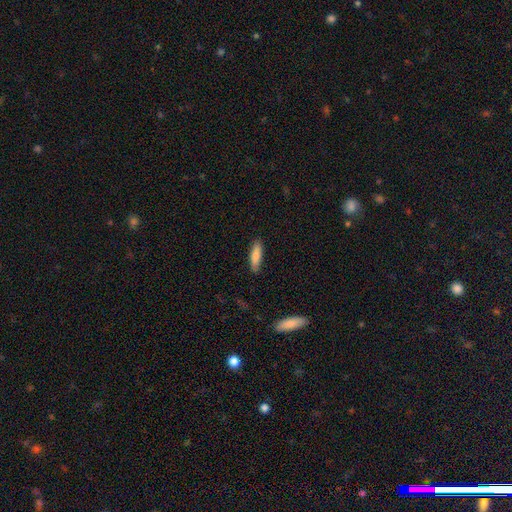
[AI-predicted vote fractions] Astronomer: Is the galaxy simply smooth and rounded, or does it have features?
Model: smooth — 85%.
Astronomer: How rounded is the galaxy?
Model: cigar-shaped — 67%.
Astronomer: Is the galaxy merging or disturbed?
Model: none — 87%.